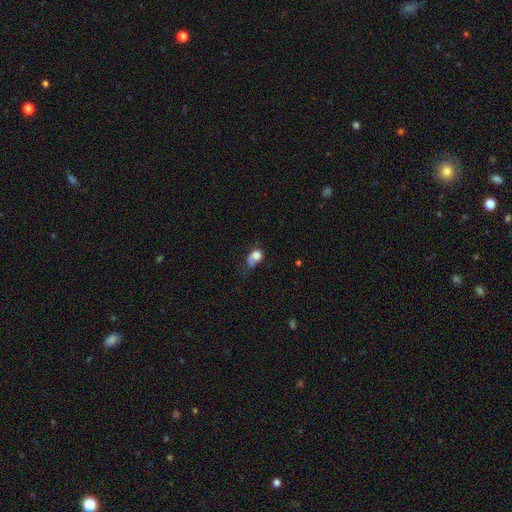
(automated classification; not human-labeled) smooth-or-featured: smooth: 74% | featured or disk: 15% | star or artifact: 11%
  how-rounded: in between: 55% | round: 43% | cigar-shaped: 2%
  merging: major disturbance: 35% | minor disturbance: 28% | none: 26% | merger: 11%